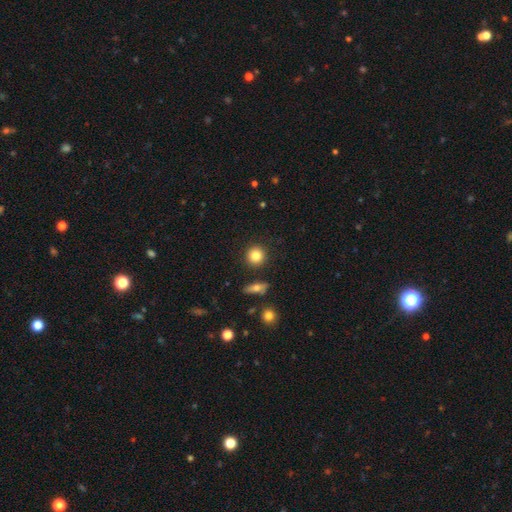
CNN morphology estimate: Smooth or featured: smooth — 84% (star or artifact — 9%)
How rounded: round — 91% (in between — 8%)
Merging: none — 89% (minor disturbance — 6%)